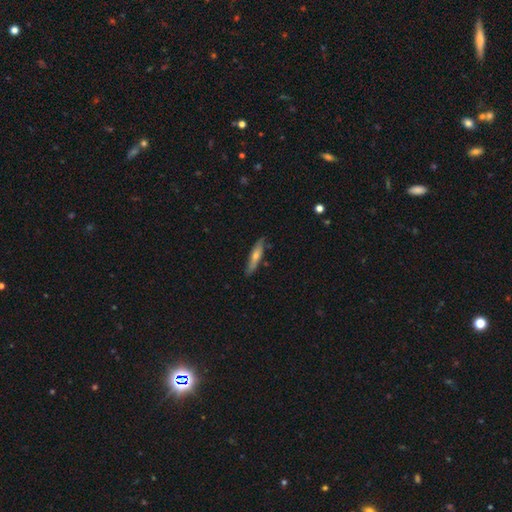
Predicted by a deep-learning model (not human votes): Smooth or featured?
  - featured or disk: 48% *
  - smooth: 46%
  - star or artifact: 6%
Merging?
  - none: 83% *
  - minor disturbance: 14%
  - major disturbance: 2%
  - merger: 1%